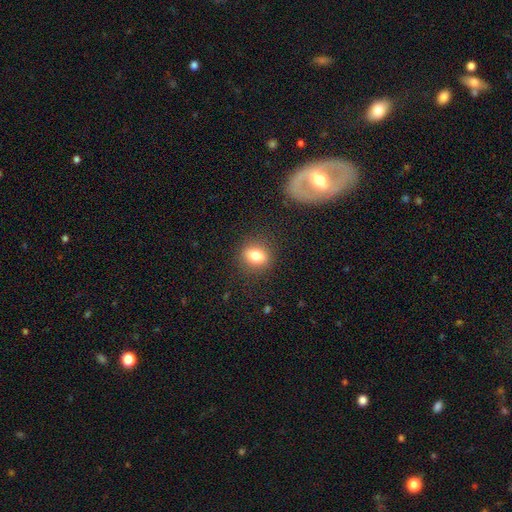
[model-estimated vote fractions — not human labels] This is likely a smooth galaxy (79%). How rounded: possibly round (50%). Merging: clearly none (88%).